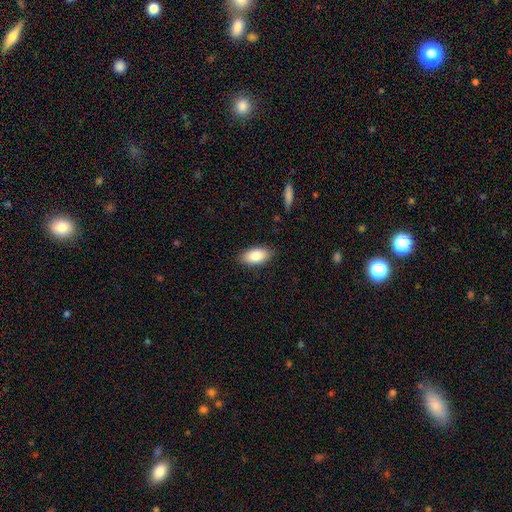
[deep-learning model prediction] A smooth galaxy with no disk features (84%) that is in between round and cigar-shaped (92%).

Vote fractions:
- Smooth or featured? smooth: 84% / featured or disk: 9% / star or artifact: 6%
- How rounded? in between: 92% / cigar-shaped: 5% / round: 3%
- Merging? none: 86% / minor disturbance: 10% / major disturbance: 2% / merger: 1%